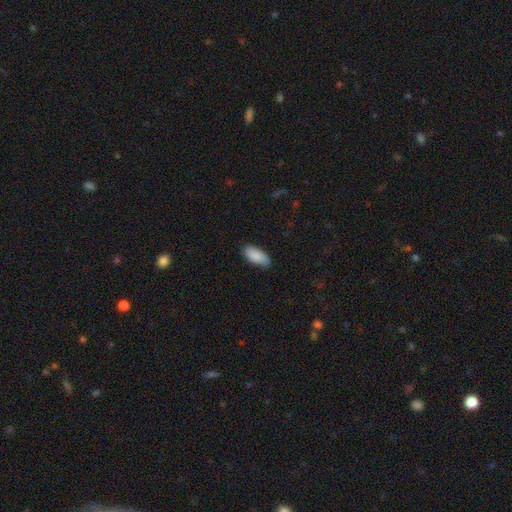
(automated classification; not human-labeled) smooth-or-featured: smooth: 88% | star or artifact: 6% | featured or disk: 6%
  how-rounded: in between: 91% | cigar-shaped: 7% | round: 2%
  merging: none: 81% | minor disturbance: 15% | major disturbance: 3% | merger: 1%